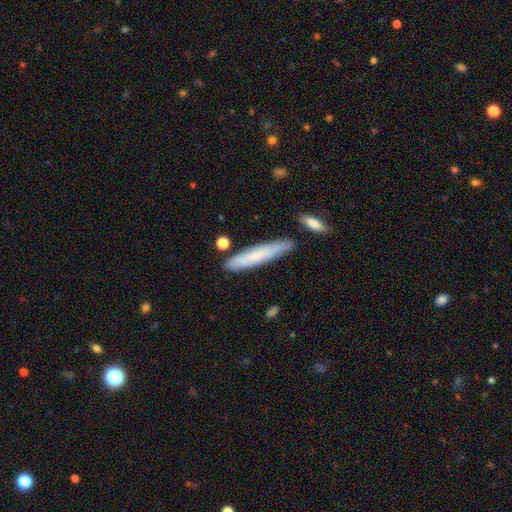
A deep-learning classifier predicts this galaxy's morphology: A smooth galaxy with no disk features (66%) that is cigar-shaped (89%).

Vote fractions:
- Smooth or featured? smooth: 66% / featured or disk: 27% / star or artifact: 7%
- How rounded? cigar-shaped: 89% / in between: 10% / round: 1%
- Merging? none: 81% / minor disturbance: 13% / merger: 4% / major disturbance: 2%